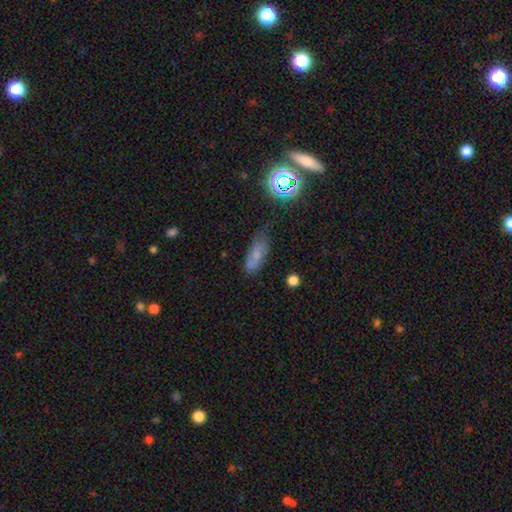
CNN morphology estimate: Overall: smooth (59%; featured or disk 23%). How rounded: in between (71%). Merging: none (50%; minor disturbance 32%).